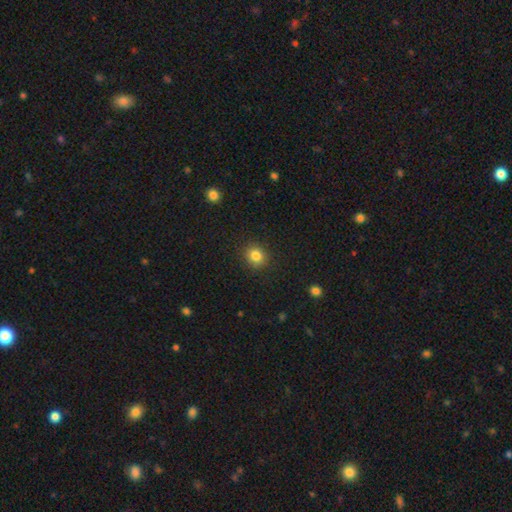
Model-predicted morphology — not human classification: Overall: smooth (84%). How rounded: round (79%). Merging: none (90%).